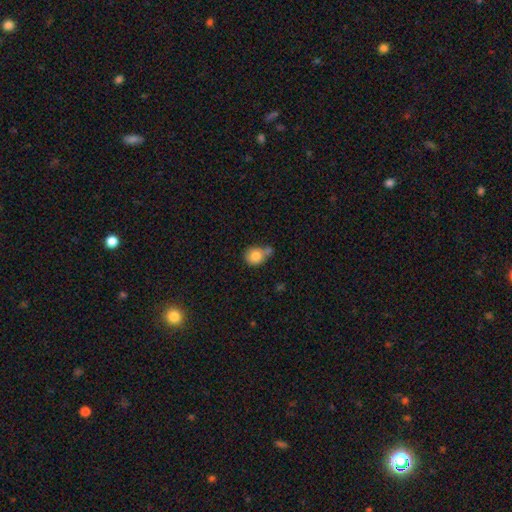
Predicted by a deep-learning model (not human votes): Smooth or featured? Predicted: smooth (p=0.82). How rounded? Predicted: round (p=0.81). Merging? Predicted: none (p=0.43).